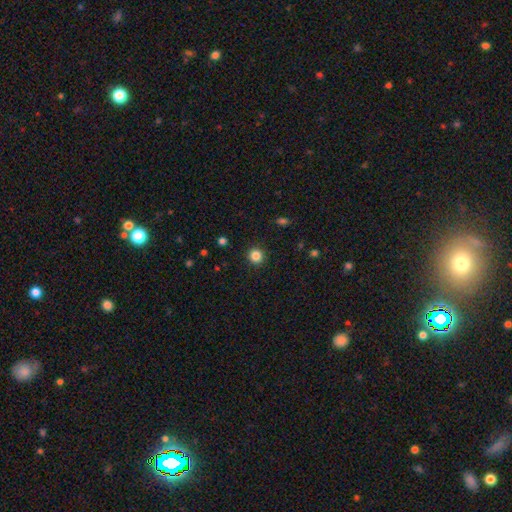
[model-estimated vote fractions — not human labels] smooth_or_featured: smooth (p=0.85) [alt: star or artifact p=0.12]
how_rounded: round (p=0.94) [alt: in between p=0.05]
merging: none (p=0.92) [alt: minor disturbance p=0.05]